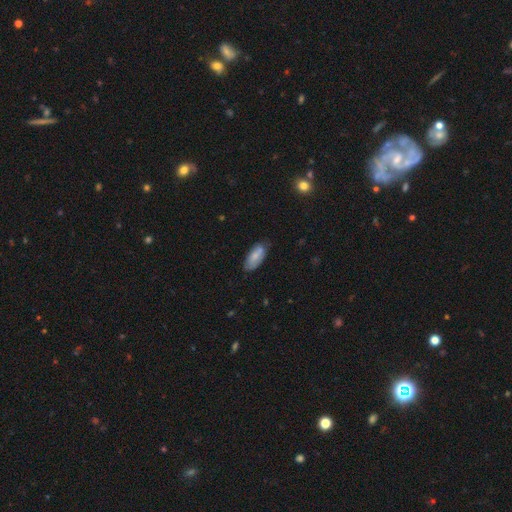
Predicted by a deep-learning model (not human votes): Smooth or featured? smooth (72%)
How rounded? in between (85%)
Merging? none (66%)